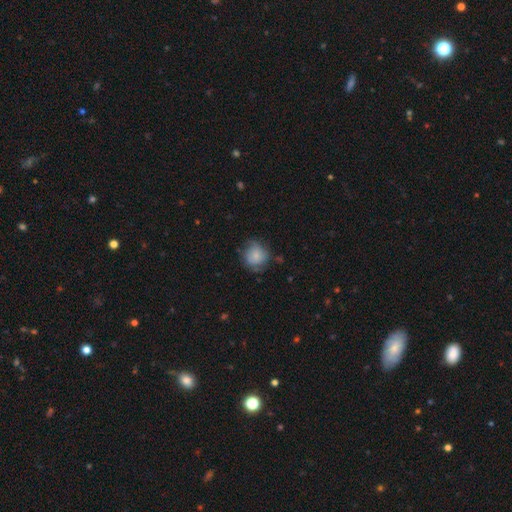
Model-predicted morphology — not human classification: type=smooth (75%); roundness=round (83%); merging=none (60%).